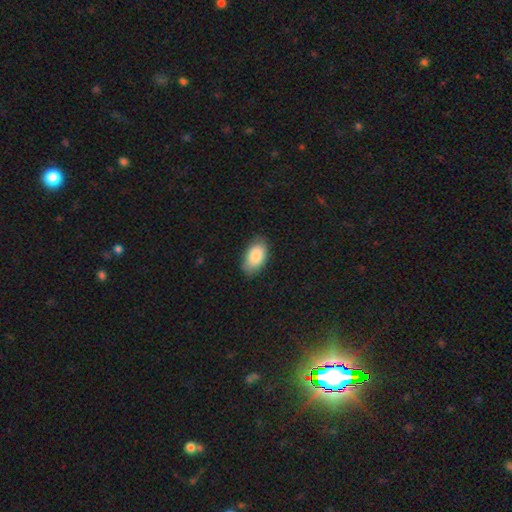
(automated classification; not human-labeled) Smooth or featured?
  - smooth: 86% *
  - featured or disk: 8%
  - star or artifact: 6%
How rounded?
  - in between: 94% *
  - round: 4%
  - cigar-shaped: 2%
Merging?
  - none: 81% *
  - minor disturbance: 15%
  - major disturbance: 3%
  - merger: 1%